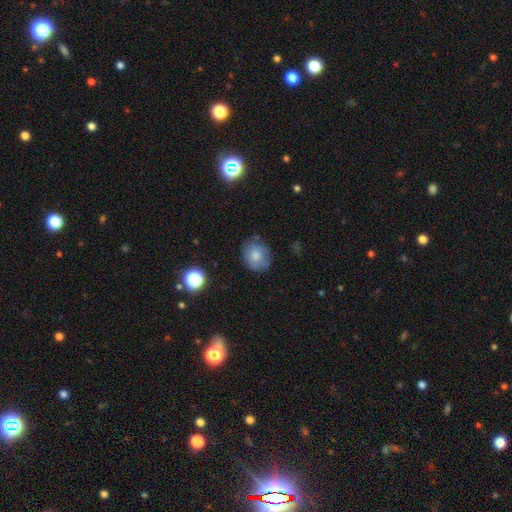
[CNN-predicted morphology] type=smooth (75%); roundness=round (68%); merging=none (72%).